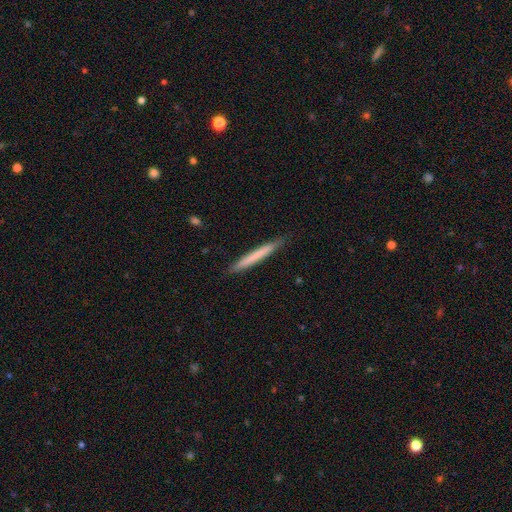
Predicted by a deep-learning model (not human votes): Smooth or featured: smooth — 66% (featured or disk — 29%)
How rounded: cigar-shaped — 97% (in between — 2%)
Merging: none — 88% (minor disturbance — 9%)